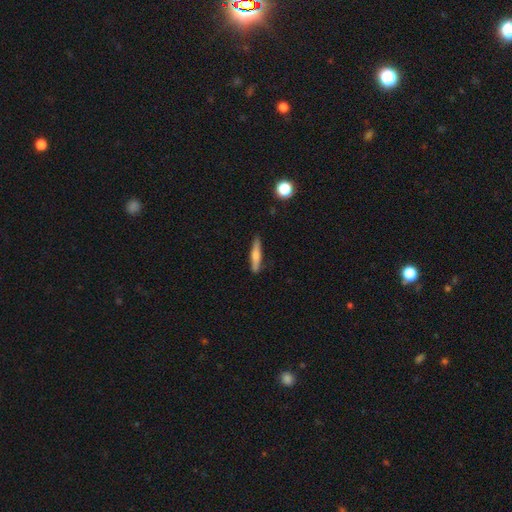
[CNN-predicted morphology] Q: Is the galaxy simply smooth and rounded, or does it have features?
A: smooth — 60%.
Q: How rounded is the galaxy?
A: cigar-shaped — 89%.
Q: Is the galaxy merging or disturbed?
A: none — 85%.